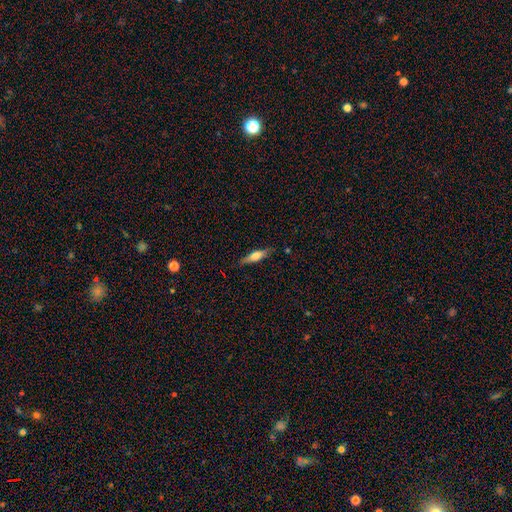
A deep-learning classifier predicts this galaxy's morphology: Smooth or featured? smooth (51%)
How rounded? cigar-shaped (71%)
Merging? none (83%)